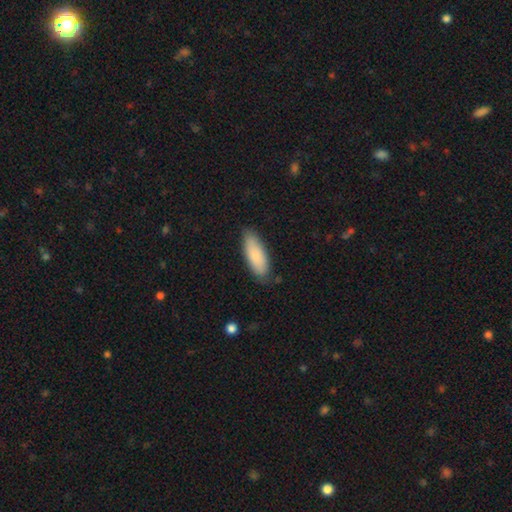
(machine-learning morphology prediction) Smooth or featured? smooth (84%)
How rounded? in between (67%)
Merging? none (79%)